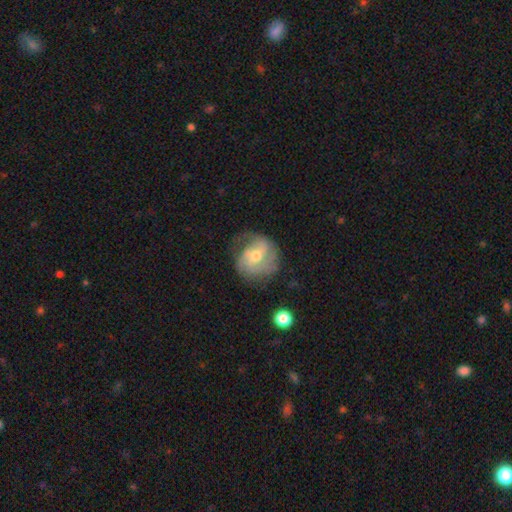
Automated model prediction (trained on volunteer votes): Morphology: type=featured or disk (72%); edge-on=no (97%); bar=weak (44%); spiral arms=yes (89%); winding=medium (44%); arm count=2 (35%); bulge=moderate (64%); merging=none (61%).